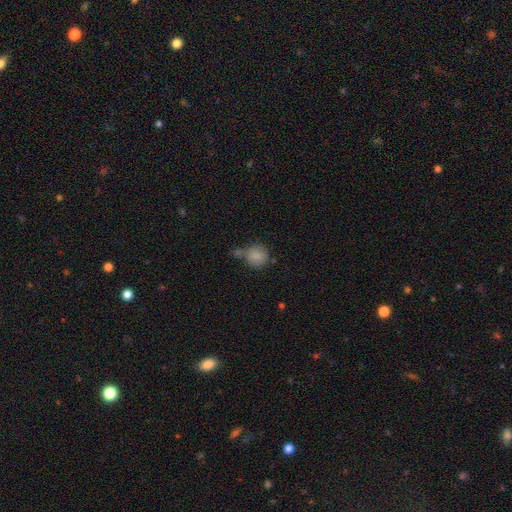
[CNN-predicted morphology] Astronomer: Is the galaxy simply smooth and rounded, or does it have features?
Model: smooth — 84%.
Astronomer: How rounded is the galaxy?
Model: round — 83%.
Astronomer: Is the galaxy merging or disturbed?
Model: none — 50% (runner-up: merger, 26%).